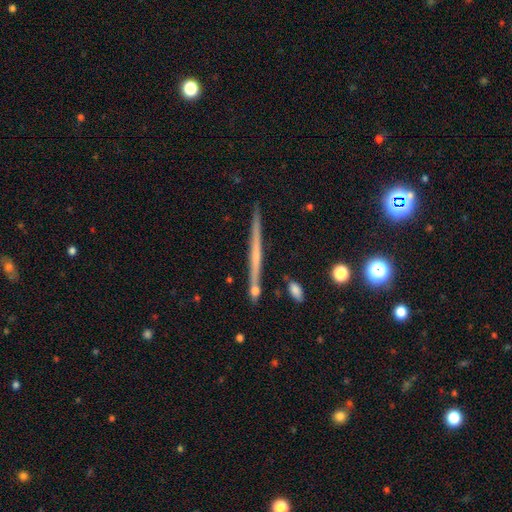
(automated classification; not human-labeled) The model was most divided on "smooth or featured": featured or disk: 65%, smooth: 26%, star or artifact: 9%. More confident: edge-on disk — yes (98%); merging — none (88%); edge-on bulge — none (74%).